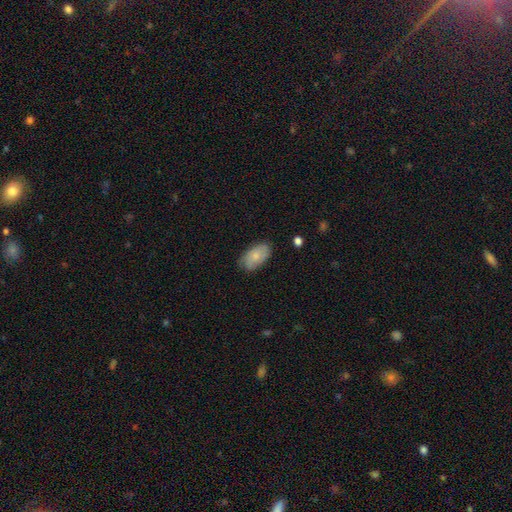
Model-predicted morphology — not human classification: Q: Smooth or featured?
A: smooth (74%); runner-up: featured or disk (20%)
Q: How rounded?
A: in between (94%); runner-up: round (4%)
Q: Merging?
A: none (76%); runner-up: minor disturbance (19%)